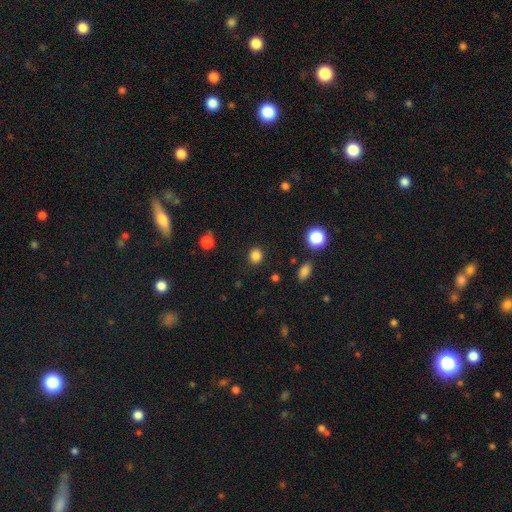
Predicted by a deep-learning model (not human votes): smooth 85%, star or artifact 12%, featured or disk 4%. Down the decision tree: how rounded — round (72%); merging — none (89%).